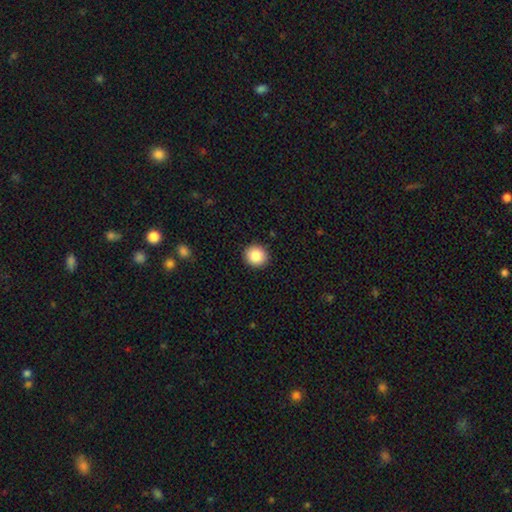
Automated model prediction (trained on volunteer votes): A smooth galaxy with no disk features (86%) that is round (89%).

Vote fractions:
- Smooth or featured? smooth: 86% / star or artifact: 9% / featured or disk: 6%
- How rounded? round: 89% / in between: 10% / cigar-shaped: 1%
- Merging? none: 92% / minor disturbance: 5% / major disturbance: 2% / merger: 1%